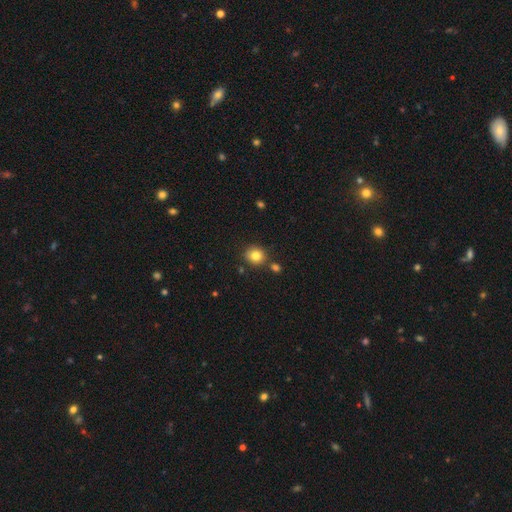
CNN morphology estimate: This appears to be a smooth galaxy with no disk features (82%) that is round (82%). Merging: none (78%).